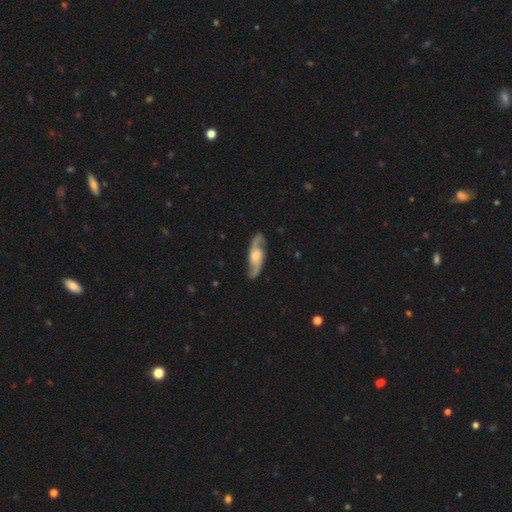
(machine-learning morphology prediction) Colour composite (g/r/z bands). It shows a featured or disk galaxy (84%) with no bar (59%), 2 (92%) medium (44%) spiral arms (96%) and a moderate central bulge (48%). Merging: none (83%).